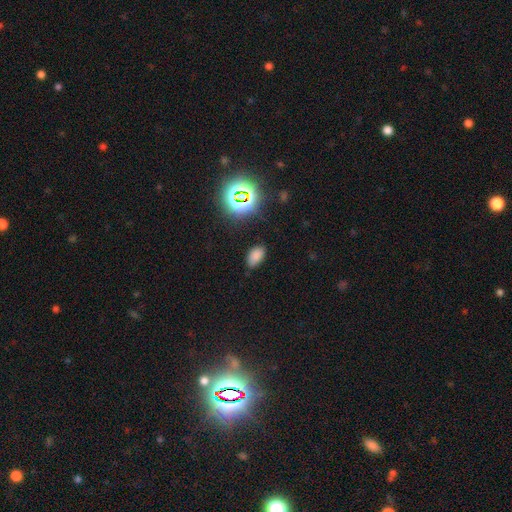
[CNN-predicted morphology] Smooth or featured: smooth — 74% (star or artifact — 21%)
How rounded: in between — 91% (round — 8%)
Merging: none — 79% (minor disturbance — 16%)